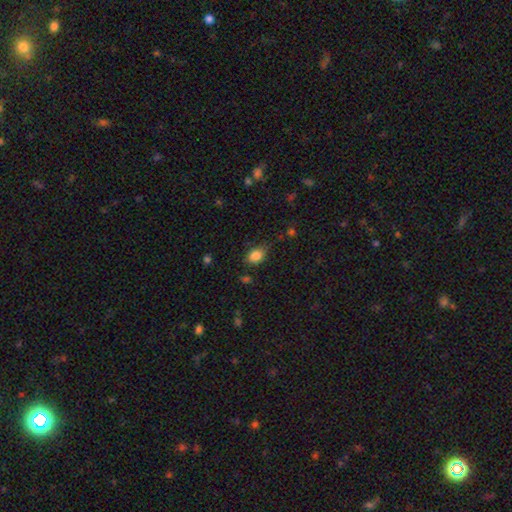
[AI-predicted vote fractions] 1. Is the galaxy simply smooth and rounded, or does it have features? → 84% smooth, 10% star or artifact, 6% featured or disk.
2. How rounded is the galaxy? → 72% in between, 27% round, 1% cigar-shaped.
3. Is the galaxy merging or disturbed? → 68% none, 24% minor disturbance, 6% major disturbance, 2% merger.